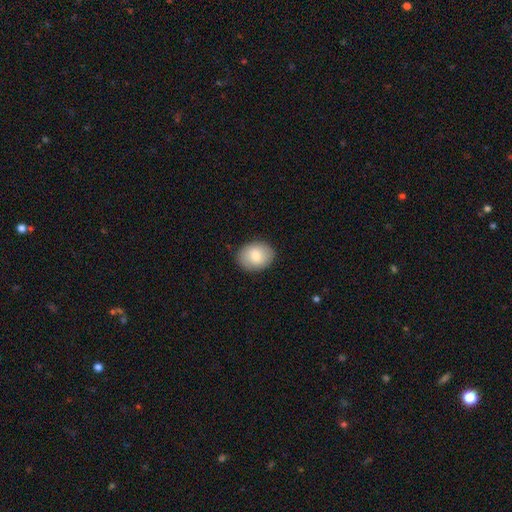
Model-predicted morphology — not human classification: smooth_or_featured: smooth (p=0.78) [alt: featured or disk p=0.15]
how_rounded: in between (p=0.56) [alt: round p=0.43]
merging: none (p=0.87) [alt: minor disturbance p=0.10]